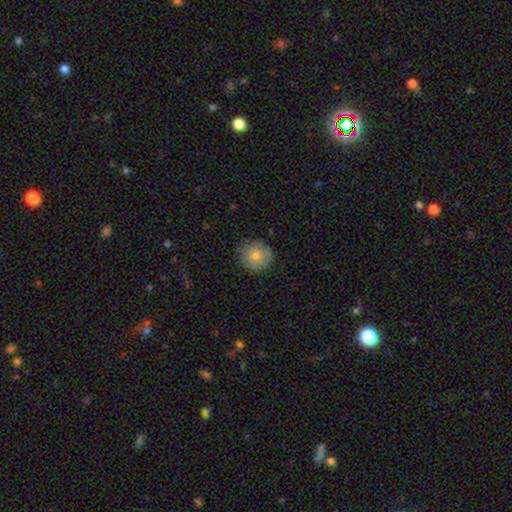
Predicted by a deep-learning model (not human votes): Smooth or featured? Predicted: smooth (p=0.73). How rounded? Predicted: round (p=0.90). Merging? Predicted: none (p=0.81).